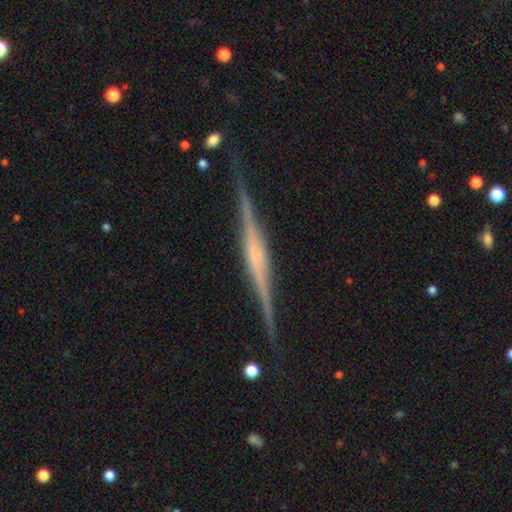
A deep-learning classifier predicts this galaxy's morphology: This is clearly a featured or disk galaxy (85%). It is clearly viewed edge-on (98%). Edge-on bulge: possibly rounded (45%). Merging: clearly none (88%).